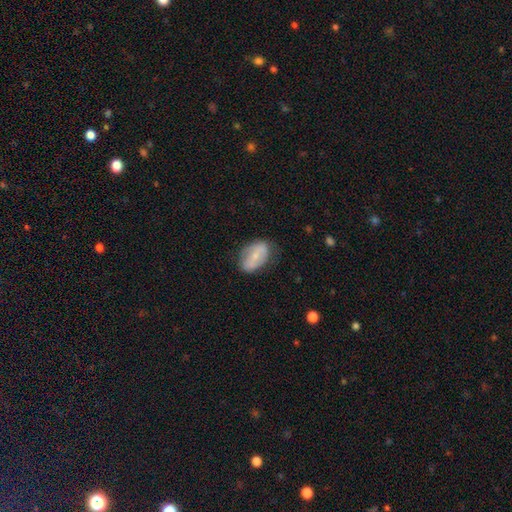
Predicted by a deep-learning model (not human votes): The model was most divided on "smooth or featured": smooth: 58%, featured or disk: 35%, star or artifact: 7%. More confident: how rounded — in between (88%); merging — none (67%).